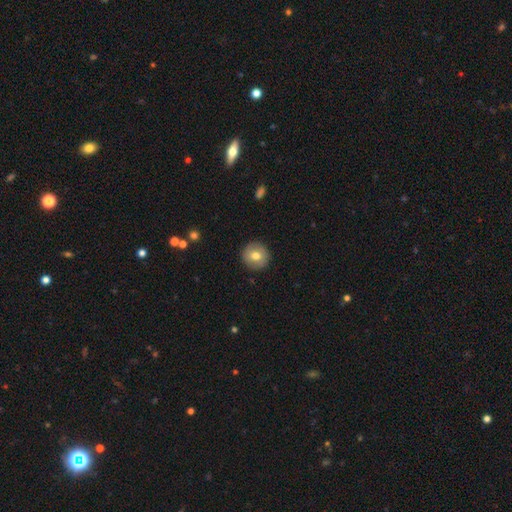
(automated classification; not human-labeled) smooth-or-featured: smooth: 74% | featured or disk: 18% | star or artifact: 8%
  how-rounded: round: 94% | in between: 5% | cigar-shaped: 1%
  merging: none: 91% | minor disturbance: 6% | major disturbance: 2% | merger: 1%